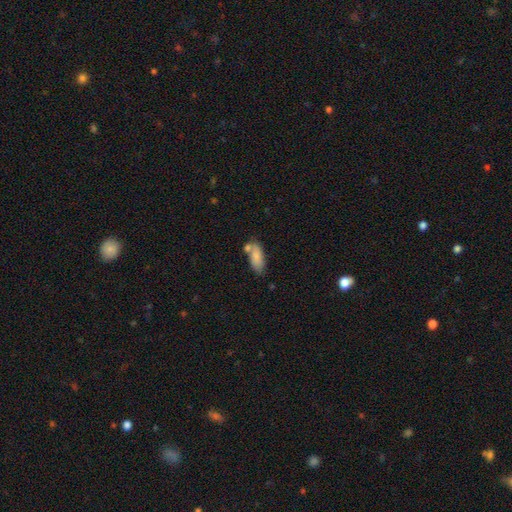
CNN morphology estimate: type=smooth (82%); roundness=in between (80%); merging=none (52%).